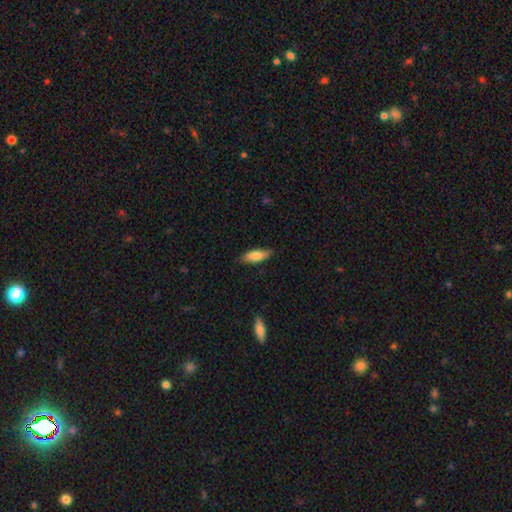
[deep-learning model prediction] smooth 81%, featured or disk 14%, star or artifact 6%. Down the decision tree: how rounded — in between (58%); merging — none (82%).